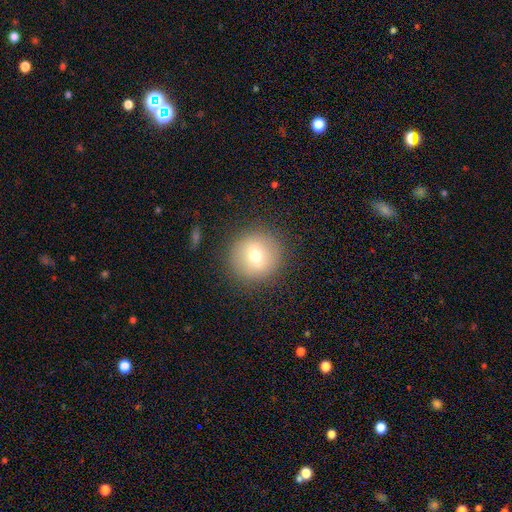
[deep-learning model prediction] smooth_or_featured: smooth (p=0.68) [alt: featured or disk p=0.20]
how_rounded: round (p=0.95) [alt: in between p=0.04]
merging: none (p=0.89) [alt: minor disturbance p=0.07]